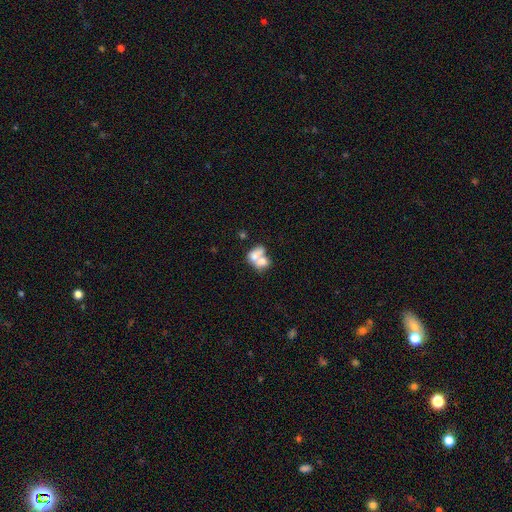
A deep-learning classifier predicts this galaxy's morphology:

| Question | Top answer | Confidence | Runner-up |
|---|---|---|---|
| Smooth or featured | smooth | 66% | featured or disk (25%) |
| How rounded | in between | 74% | round (24%) |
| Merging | merger | 71% | none (16%) |